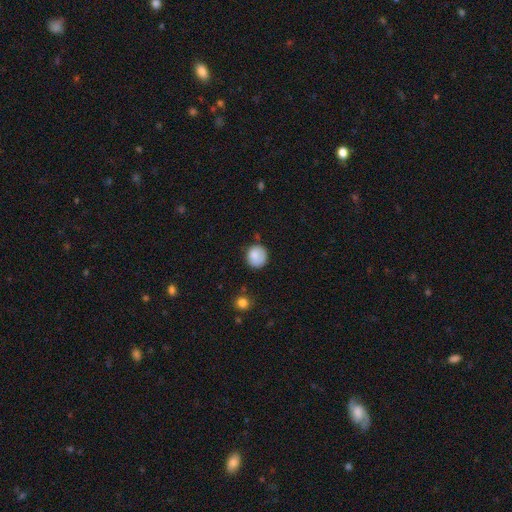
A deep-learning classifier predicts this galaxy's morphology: smooth_or_featured: smooth (p=0.84) [alt: featured or disk p=0.08]
how_rounded: round (p=0.88) [alt: in between p=0.11]
merging: none (p=0.74) [alt: minor disturbance p=0.19]